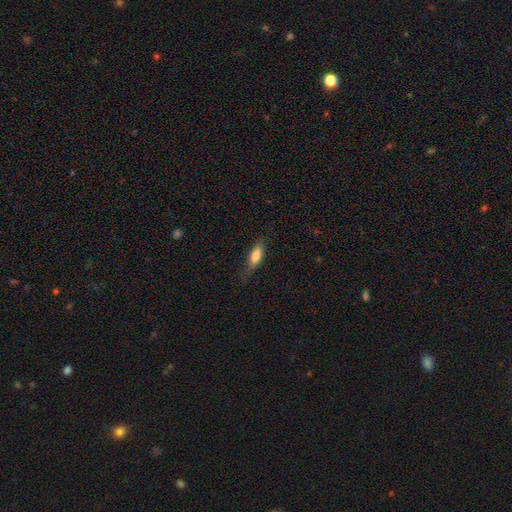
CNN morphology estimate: smooth-or-featured: smooth: 76% | featured or disk: 17% | star or artifact: 7%
  how-rounded: in between: 60% | cigar-shaped: 37% | round: 3%
  merging: none: 69% | minor disturbance: 23% | major disturbance: 7% | merger: 1%